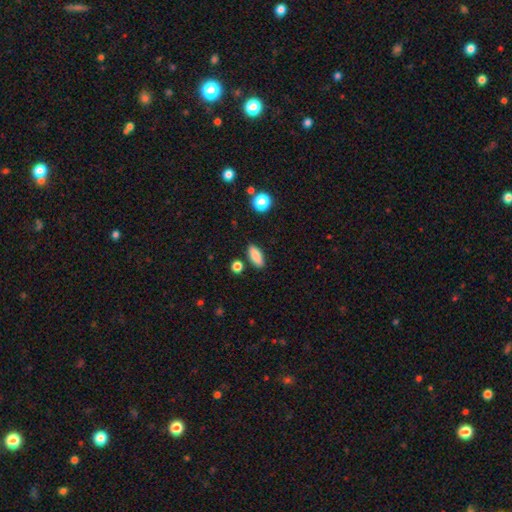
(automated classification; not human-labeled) This is clearly a smooth galaxy (86%). How rounded: likely in between (80%). Merging: clearly none (85%).